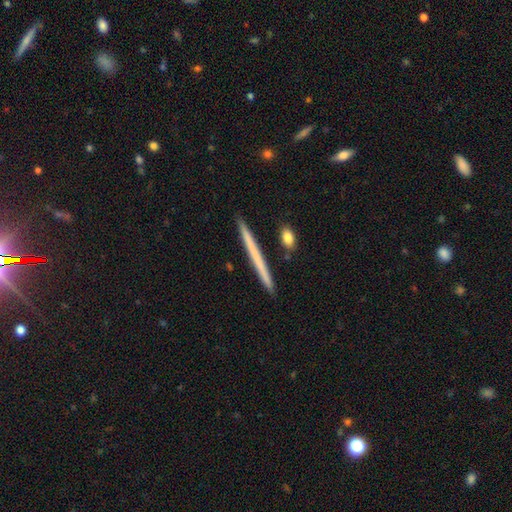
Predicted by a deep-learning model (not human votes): A smooth galaxy with no disk features (53%) that is cigar-shaped (97%). Merging: none (91%).